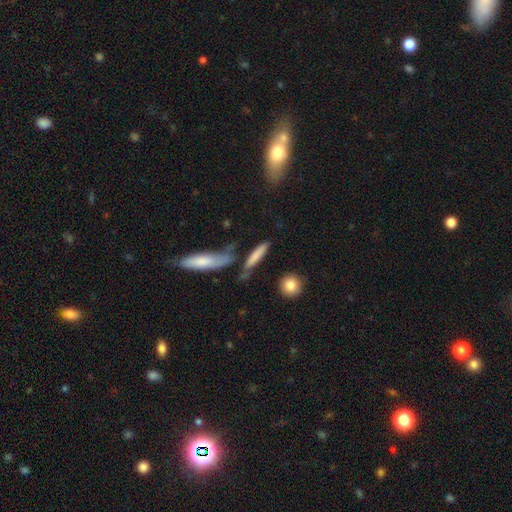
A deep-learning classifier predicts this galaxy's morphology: type=smooth (76%); roundness=cigar-shaped (81%); merging=none (60%).